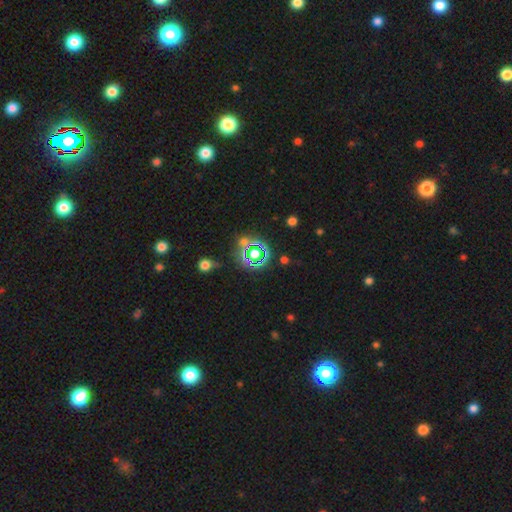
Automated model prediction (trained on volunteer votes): This is likely a star or artifact rather than a galaxy (75%).